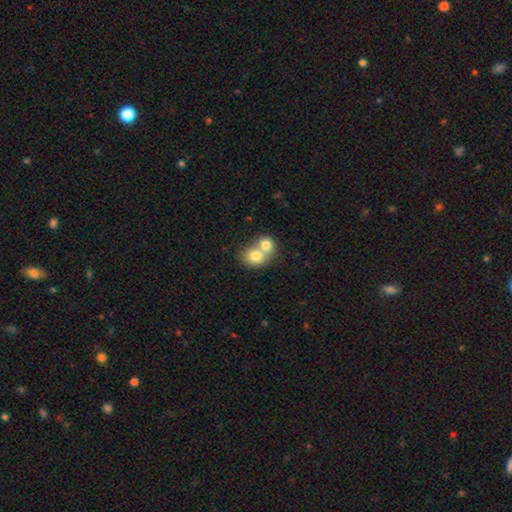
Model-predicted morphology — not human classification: Smooth or featured? Predicted: smooth (p=0.76). How rounded? Predicted: round (p=0.69). Merging? Predicted: merger (p=0.69).